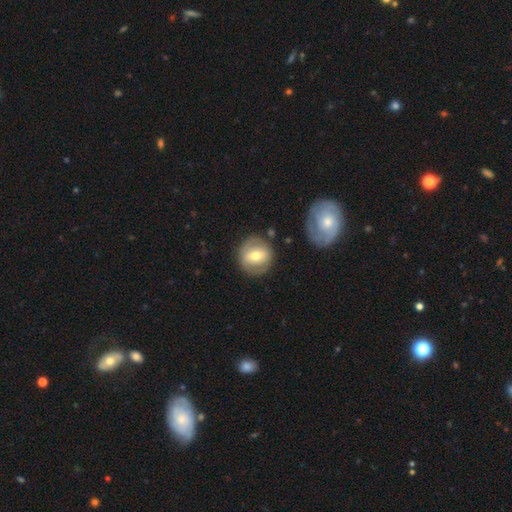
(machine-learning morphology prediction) type=featured or disk (50%); edge-on=no (95%); merging=none (80%).